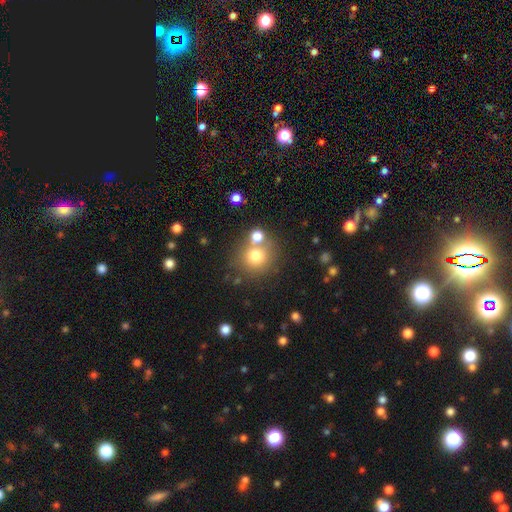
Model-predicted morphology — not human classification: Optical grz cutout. It shows a smooth galaxy with no disk features (73%) that is round (88%). Merging: none (62%).